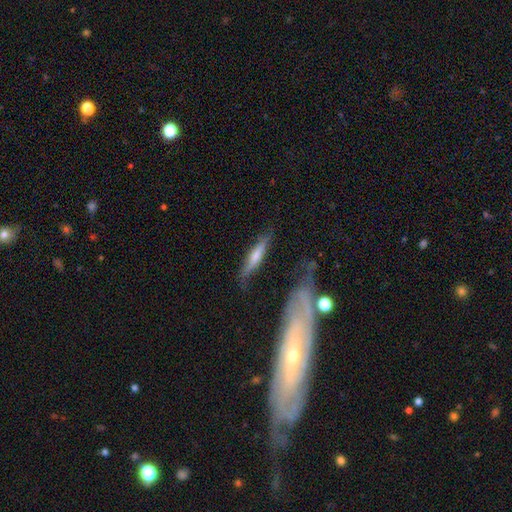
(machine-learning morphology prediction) smooth-or-featured: featured or disk: 50% | smooth: 43% | star or artifact: 7%
  disk-edge-on: yes: 82% | no: 18%
  merging: none: 67% | minor disturbance: 20% | major disturbance: 7% | merger: 6%